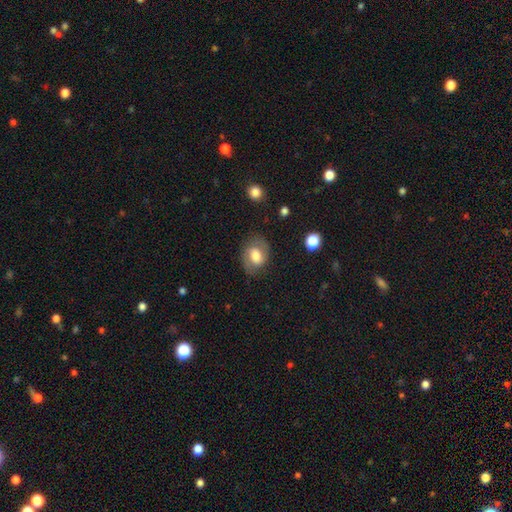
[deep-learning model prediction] smooth-or-featured: smooth: 49% | featured or disk: 43% | star or artifact: 8%
  merging: none: 73% | minor disturbance: 17% | major disturbance: 8% | merger: 1%